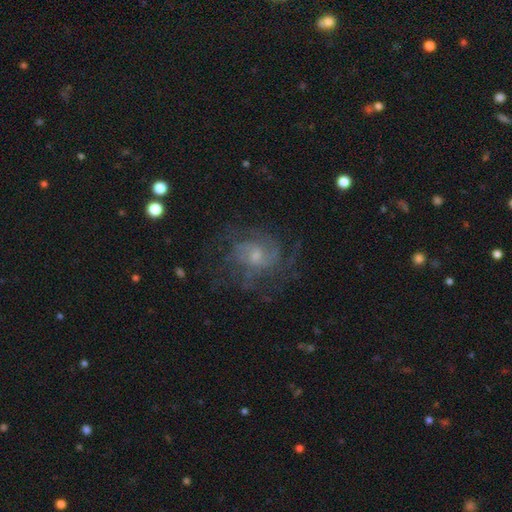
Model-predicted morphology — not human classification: Smooth or featured: featured or disk — 74% (smooth — 16%)
Edge-on disk: no — 97% (yes — 3%)
Bar: no — 64% (weak — 32%)
Spiral arms: yes — 86% (no — 14%)
Spiral winding: medium — 43% (tight — 40%)
Spiral arm count: can't tell — 42% (2 — 21%)
Bulge size: small — 53% (moderate — 35%)
Merging: none — 65% (minor disturbance — 18%)